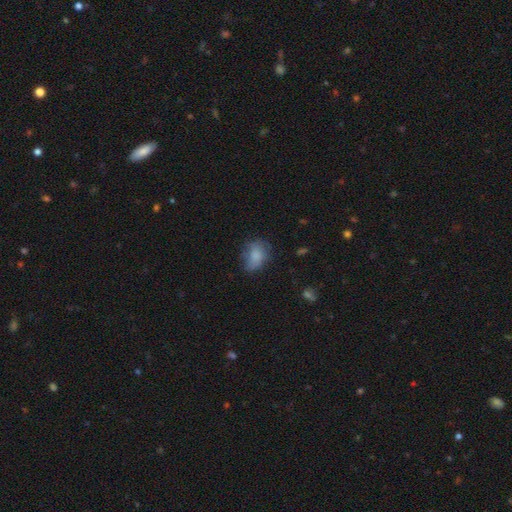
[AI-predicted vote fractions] smooth-or-featured: smooth: 76% | featured or disk: 14% | star or artifact: 9%
  how-rounded: in between: 69% | round: 29% | cigar-shaped: 1%
  merging: none: 55% | minor disturbance: 29% | major disturbance: 13% | merger: 2%